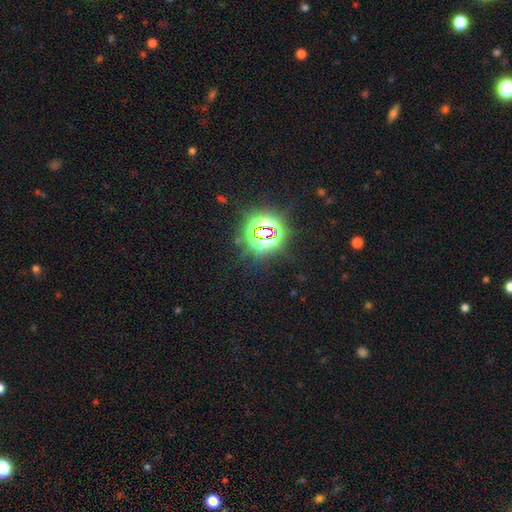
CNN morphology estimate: Q: Smooth or featured?
A: star or artifact (83%); runner-up: smooth (12%)